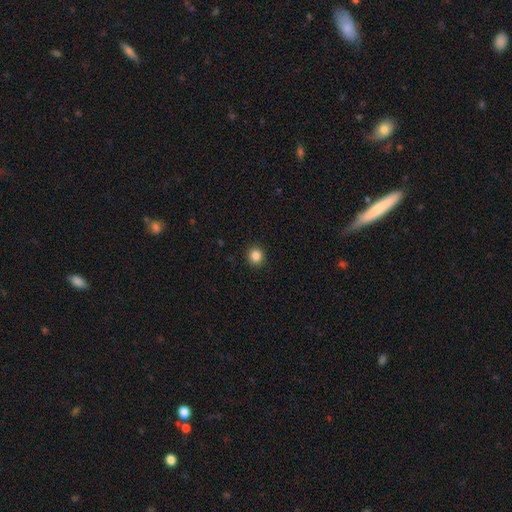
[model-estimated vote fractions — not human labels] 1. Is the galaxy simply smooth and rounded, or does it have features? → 85% smooth, 11% star or artifact, 4% featured or disk.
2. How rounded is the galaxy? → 91% round, 8% in between, 1% cigar-shaped.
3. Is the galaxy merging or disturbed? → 92% none, 5% minor disturbance, 2% major disturbance, 1% merger.